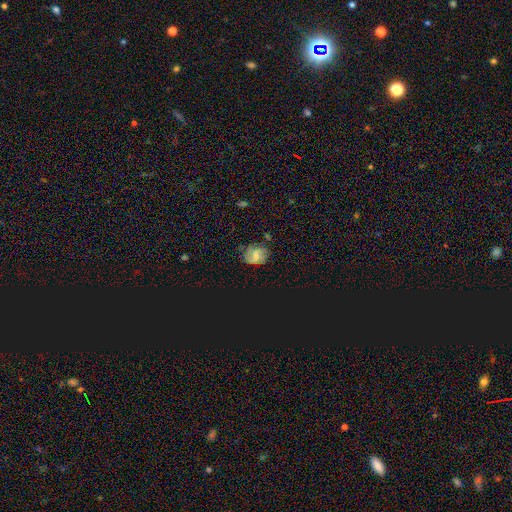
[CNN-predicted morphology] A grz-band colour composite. It shows a featured or disk galaxy (40%). Merging: none (64%).